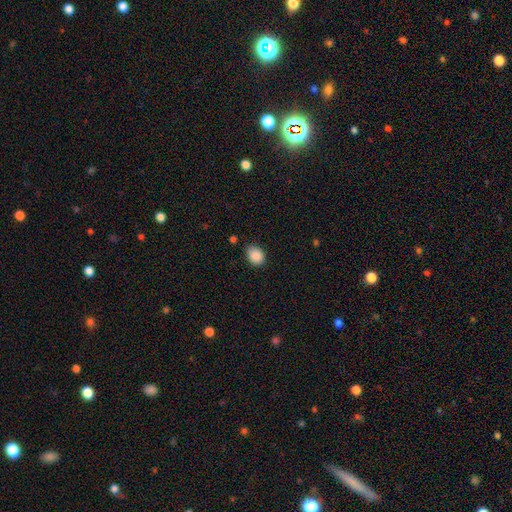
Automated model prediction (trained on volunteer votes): The model was most divided on "how rounded": round: 51%, in between: 48%, cigar-shaped: 1%. More confident: smooth or featured — smooth (88%); merging — none (75%).